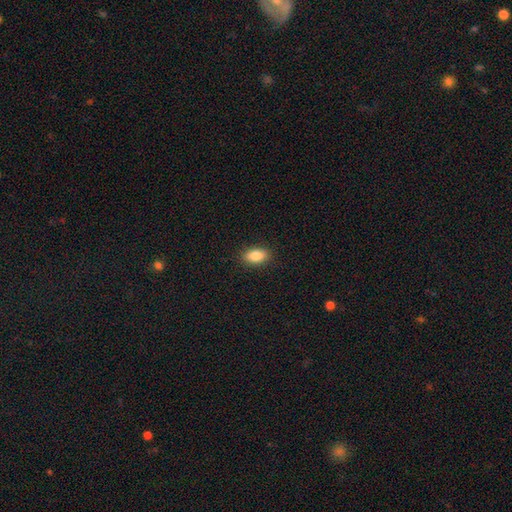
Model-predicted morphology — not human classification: A smooth galaxy with no disk features (86%) that is in between round and cigar-shaped (90%). Merging: none (89%).